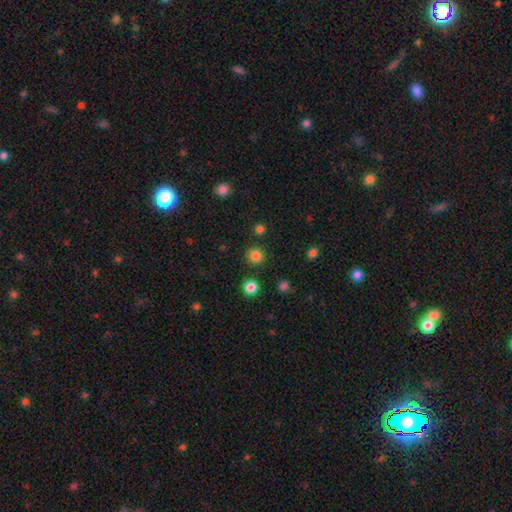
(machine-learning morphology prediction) Smooth or featured?
  - smooth: 83% *
  - star or artifact: 13%
  - featured or disk: 3%
How rounded?
  - round: 94% *
  - in between: 5%
  - cigar-shaped: 1%
Merging?
  - none: 91% *
  - minor disturbance: 5%
  - merger: 2%
  - major disturbance: 2%